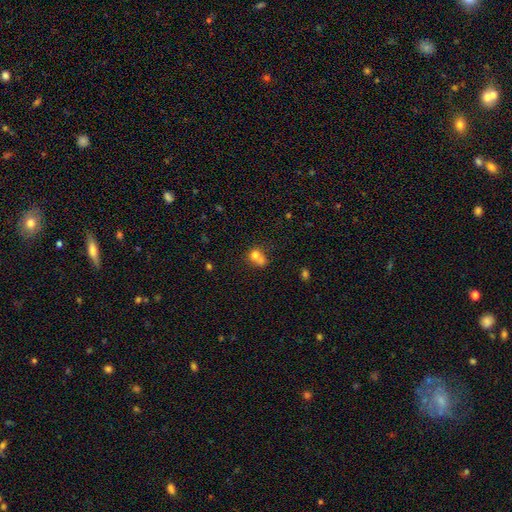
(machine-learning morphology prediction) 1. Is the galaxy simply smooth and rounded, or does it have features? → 73% smooth, 15% featured or disk, 12% star or artifact.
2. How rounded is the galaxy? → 65% round, 34% in between, 1% cigar-shaped.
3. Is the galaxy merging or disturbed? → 56% merger, 26% none, 11% minor disturbance, 7% major disturbance.